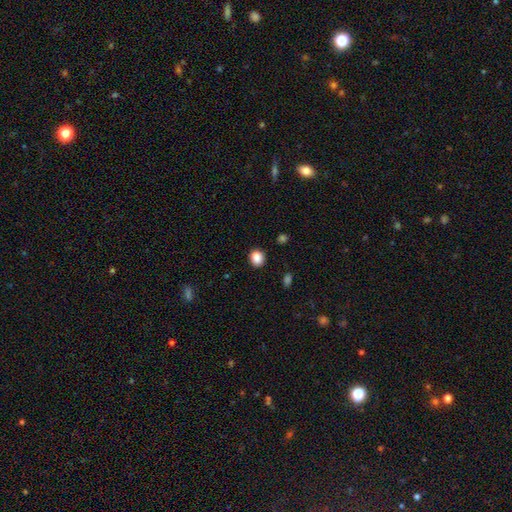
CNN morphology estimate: smooth_or_featured: smooth (p=0.87) [alt: star or artifact p=0.10]
how_rounded: round (p=0.65) [alt: in between p=0.34]
merging: none (p=0.87) [alt: minor disturbance p=0.10]